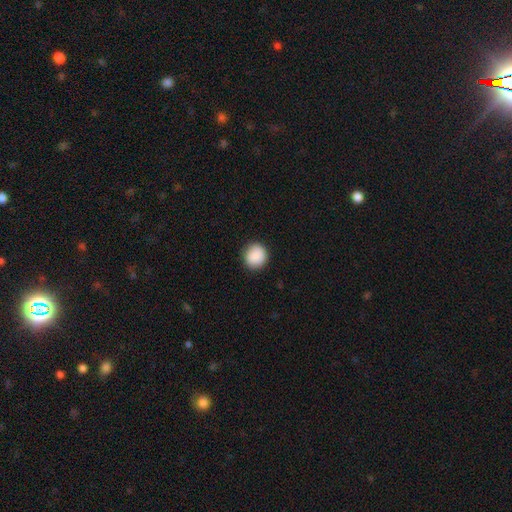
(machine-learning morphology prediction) smooth-or-featured: smooth: 89% | star or artifact: 7% | featured or disk: 3%
  how-rounded: round: 87% | in between: 12% | cigar-shaped: 1%
  merging: none: 88% | minor disturbance: 9% | major disturbance: 2% | merger: 1%